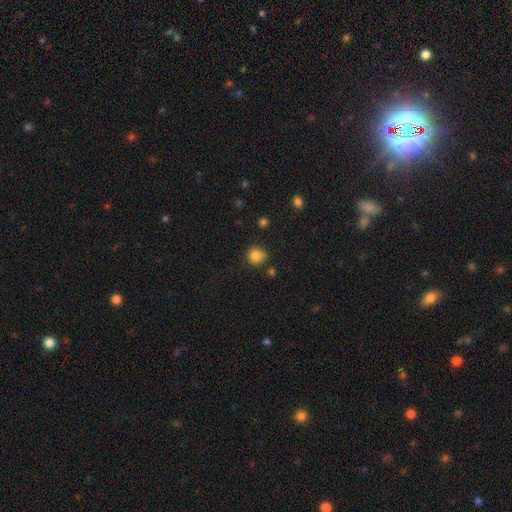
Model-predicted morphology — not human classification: This is clearly a smooth galaxy (84%). How rounded: clearly round (87%). Merging: likely none (72%).